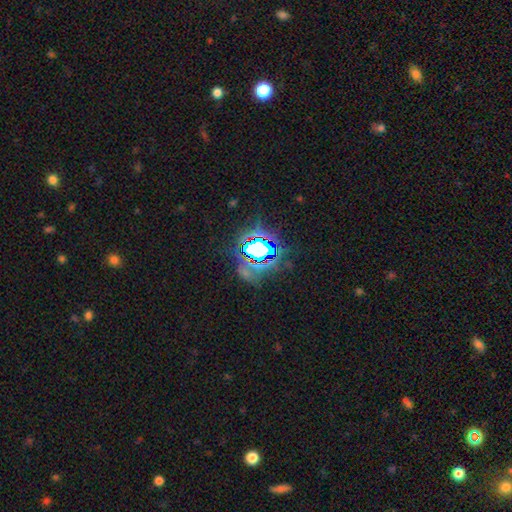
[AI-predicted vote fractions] The model was most divided on "smooth or featured": star or artifact: 71%, smooth: 15%, featured or disk: 13%.